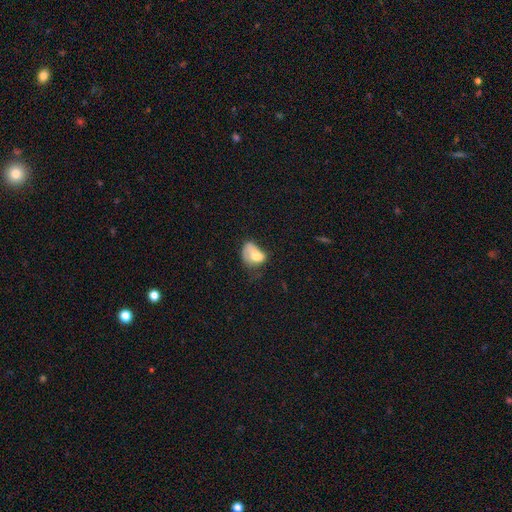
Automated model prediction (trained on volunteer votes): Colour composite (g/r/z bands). It shows a smooth galaxy with no disk features (65%) that is in between round and cigar-shaped (76%). Merging: major disturbance (43%).